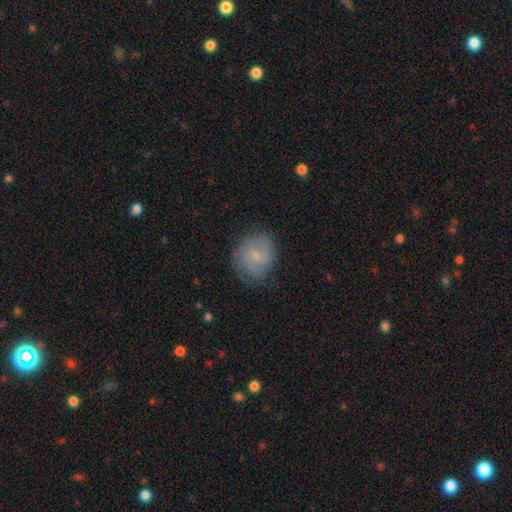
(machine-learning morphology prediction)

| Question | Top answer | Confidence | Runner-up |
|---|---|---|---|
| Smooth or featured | featured or disk | 60% | smooth (32%) |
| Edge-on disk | no | 98% | yes (2%) |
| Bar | weak | 53% | no (39%) |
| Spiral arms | yes | 89% | no (11%) |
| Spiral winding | medium | 46% | tight (31%) |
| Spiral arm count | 2 | 59% | can't tell (21%) |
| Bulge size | small | 64% | moderate (17%) |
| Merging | none | 74% | minor disturbance (18%) |